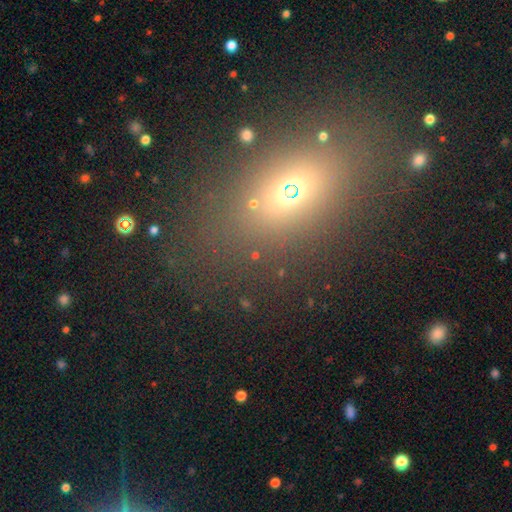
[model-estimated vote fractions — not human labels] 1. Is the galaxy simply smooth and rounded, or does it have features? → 44% smooth, 43% star or artifact, 13% featured or disk.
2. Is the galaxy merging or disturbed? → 77% none, 10% minor disturbance, 7% major disturbance, 6% merger.